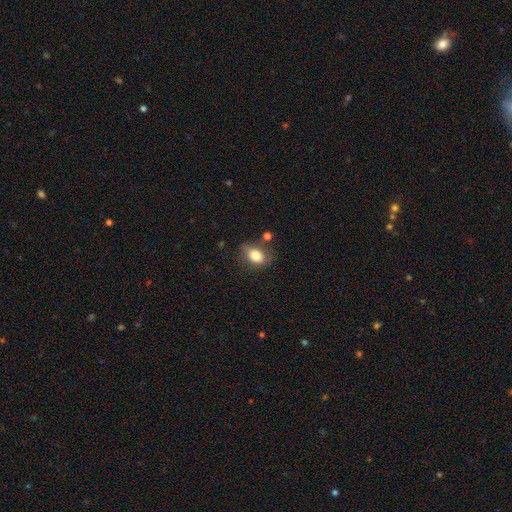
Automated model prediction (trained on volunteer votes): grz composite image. It shows a smooth galaxy with no disk features (81%) that is in between round and cigar-shaped (74%). Merging: none (64%).